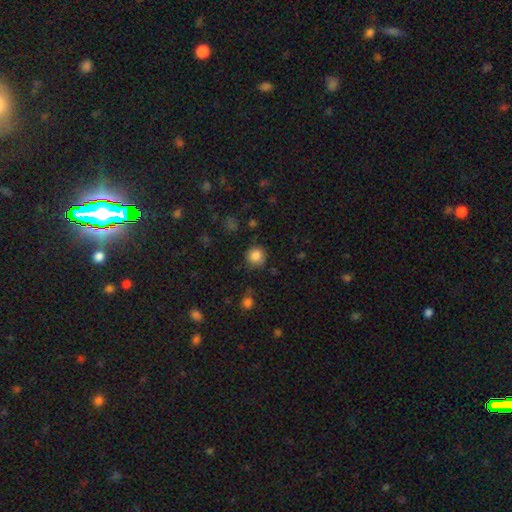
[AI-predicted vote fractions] Smooth or featured: smooth — 85% (star or artifact — 10%)
How rounded: round — 91% (in between — 9%)
Merging: none — 82% (minor disturbance — 13%)